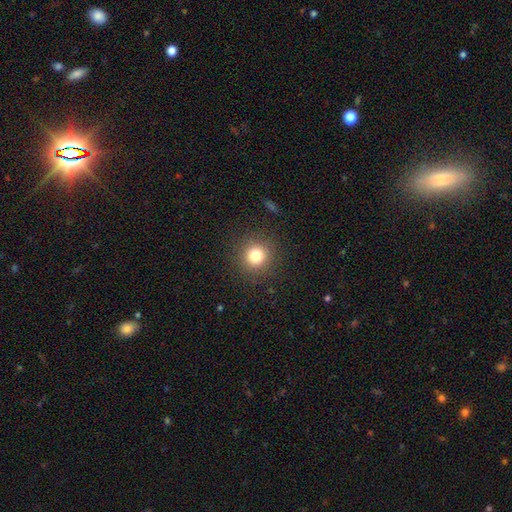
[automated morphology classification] Smooth or featured: smooth — 80% (star or artifact — 13%)
How rounded: round — 93% (in between — 6%)
Merging: none — 89% (minor disturbance — 7%)